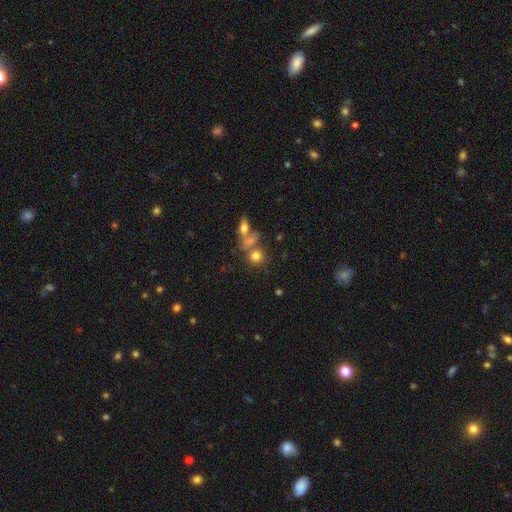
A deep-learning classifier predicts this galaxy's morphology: A smooth galaxy with no disk features (76%) that is round (79%).

Vote fractions:
- Smooth or featured? smooth: 76% / star or artifact: 13% / featured or disk: 12%
- How rounded? round: 79% / in between: 19% / cigar-shaped: 2%
- Merging? none: 53% / merger: 30% / minor disturbance: 11% / major disturbance: 6%